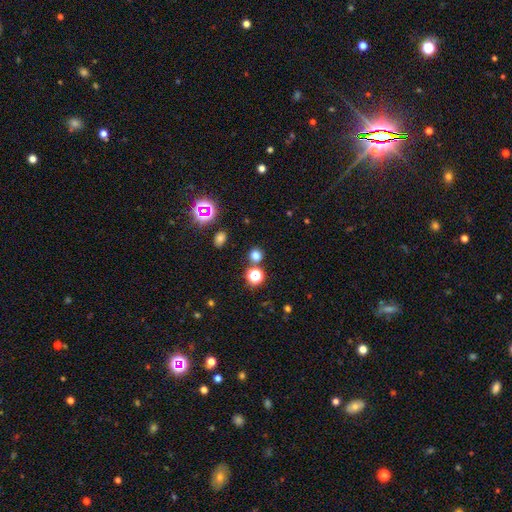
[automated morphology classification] smooth 68%, star or artifact 26%, featured or disk 5%. Down the decision tree: how rounded — round (84%); merging — none (80%).